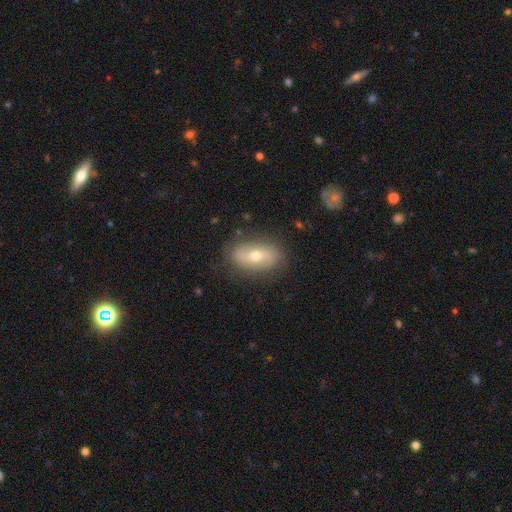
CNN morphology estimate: featured or disk 55%, smooth 37%, star or artifact 8%. Down the decision tree: edge-on disk — no (89%); merging — none (81%).